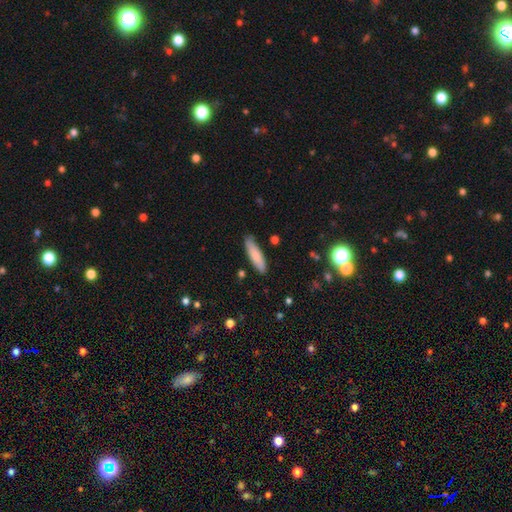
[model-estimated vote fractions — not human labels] Q: Smooth or featured?
A: smooth (81%); runner-up: featured or disk (13%)
Q: How rounded?
A: cigar-shaped (67%); runner-up: in between (32%)
Q: Merging?
A: none (86%); runner-up: minor disturbance (10%)